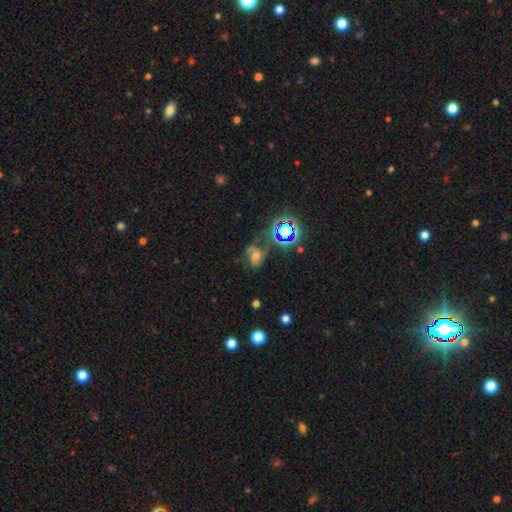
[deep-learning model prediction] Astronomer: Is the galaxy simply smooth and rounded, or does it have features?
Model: featured or disk — 45% (runner-up: star or artifact, 32%).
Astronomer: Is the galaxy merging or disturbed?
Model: none — 47% (runner-up: major disturbance, 24%).